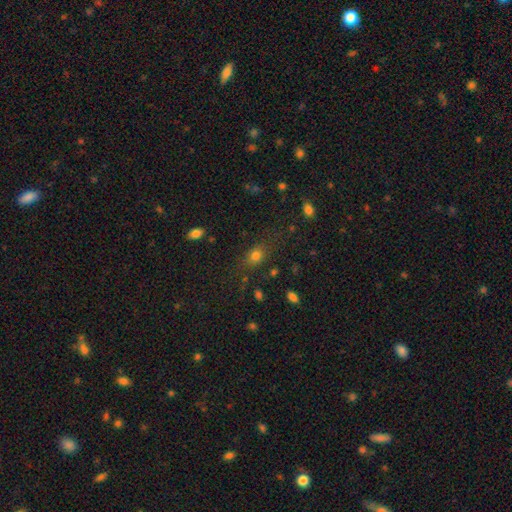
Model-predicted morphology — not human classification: Smooth or featured? Predicted: smooth (p=0.74). How rounded? Predicted: in between (p=0.60). Merging? Predicted: none (p=0.72).